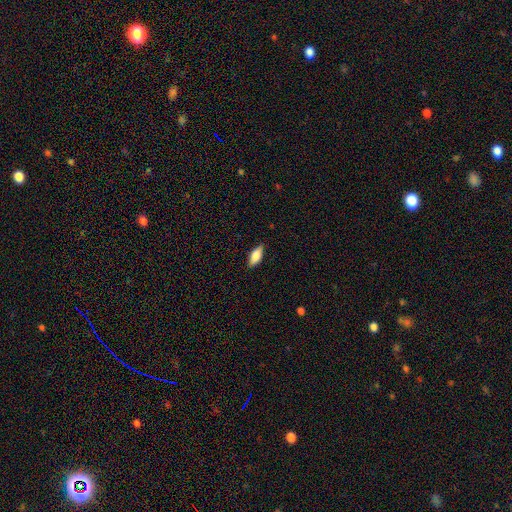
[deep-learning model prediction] smooth_or_featured: smooth (p=0.79) [alt: featured or disk p=0.15]
how_rounded: in between (p=0.78) [alt: cigar-shaped p=0.19]
merging: none (p=0.84) [alt: minor disturbance p=0.13]